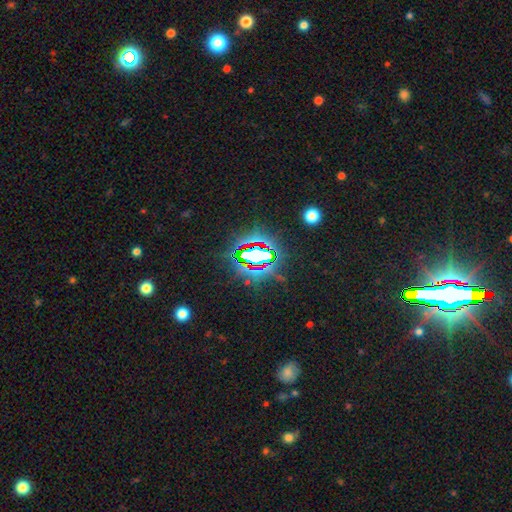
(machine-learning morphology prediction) A star or artifact, not a galaxy (74%).

Vote fractions:
- Smooth or featured? star or artifact: 74% / smooth: 15% / featured or disk: 11%